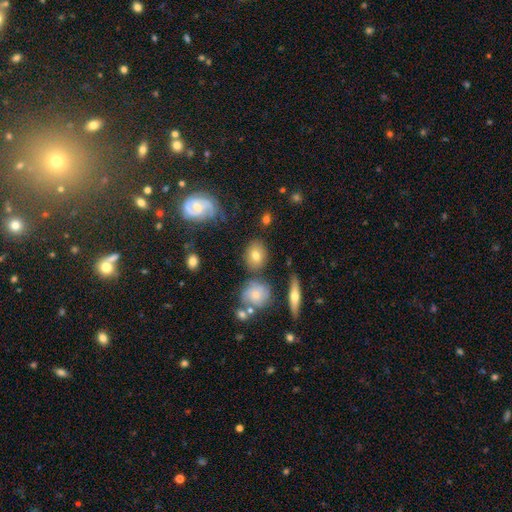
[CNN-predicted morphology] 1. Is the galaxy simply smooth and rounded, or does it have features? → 60% smooth, 28% featured or disk, 12% star or artifact.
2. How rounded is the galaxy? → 49% round, 48% in between, 3% cigar-shaped.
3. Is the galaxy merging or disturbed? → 74% none, 14% minor disturbance, 7% merger, 5% major disturbance.